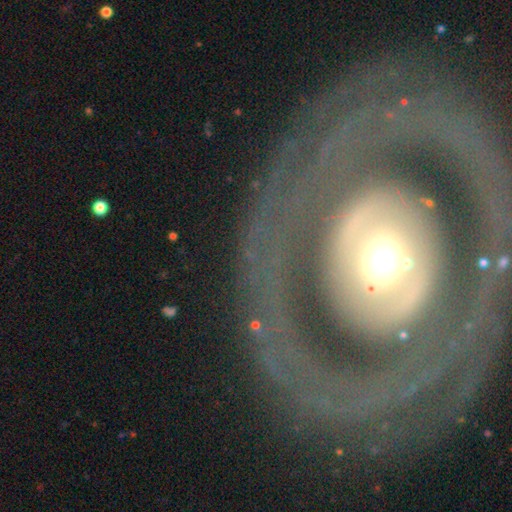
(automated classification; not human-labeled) This appears to be a featured or disk galaxy (74%) with no bar (70%), no spiral arms (54%) and a moderate central bulge (60%). Merging: none (78%).